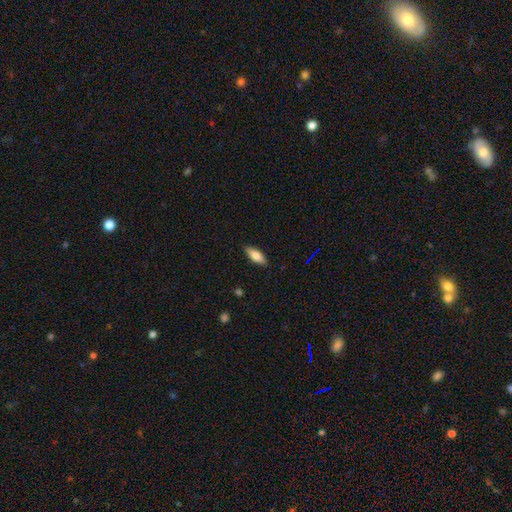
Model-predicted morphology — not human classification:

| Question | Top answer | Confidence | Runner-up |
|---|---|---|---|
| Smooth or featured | smooth | 79% | featured or disk (15%) |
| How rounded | in between | 67% | cigar-shaped (31%) |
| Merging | none | 88% | minor disturbance (9%) |